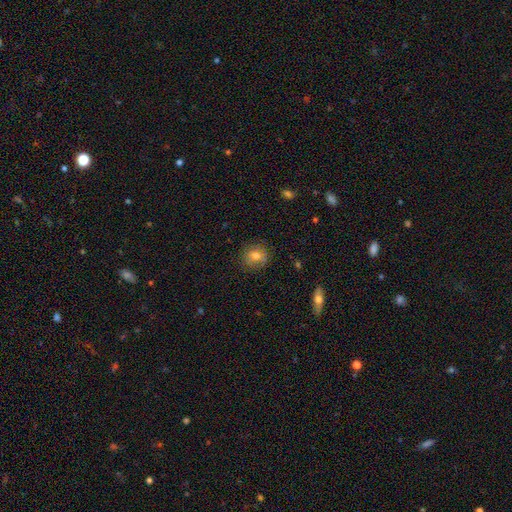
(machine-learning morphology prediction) Smooth or featured: smooth — 73% (featured or disk — 16%)
How rounded: round — 84% (in between — 15%)
Merging: none — 82% (minor disturbance — 13%)